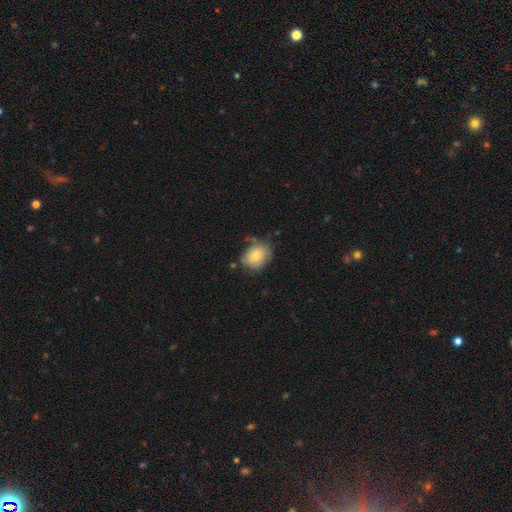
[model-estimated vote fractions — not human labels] The model was most divided on "how rounded": in between: 57%, round: 42%, cigar-shaped: 1%. More confident: smooth or featured — smooth (69%); merging — none (58%).